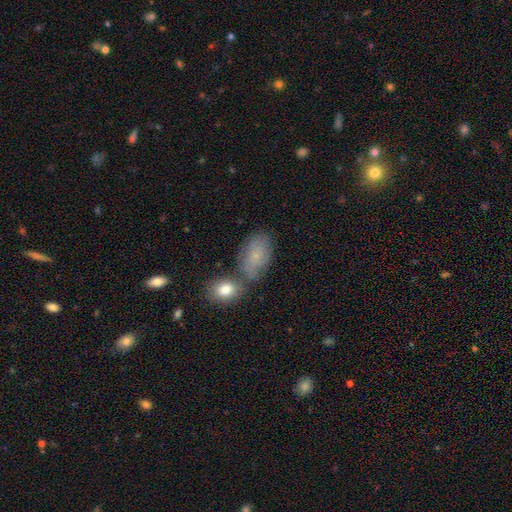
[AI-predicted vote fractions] Smooth or featured? smooth (69%)
How rounded? in between (89%)
Merging? none (49%)